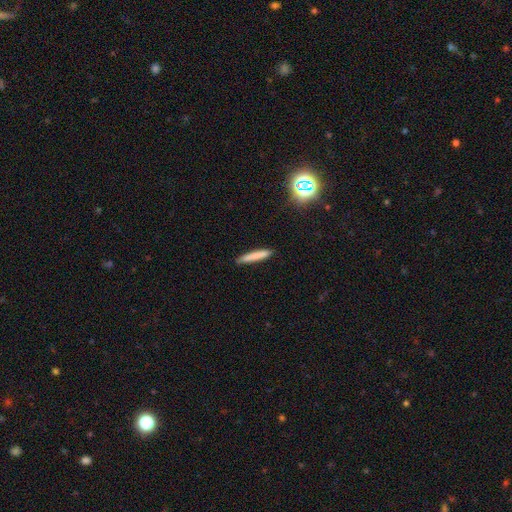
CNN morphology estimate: Smooth or featured? Predicted: smooth (p=0.78). How rounded? Predicted: cigar-shaped (p=0.94). Merging? Predicted: none (p=0.88).